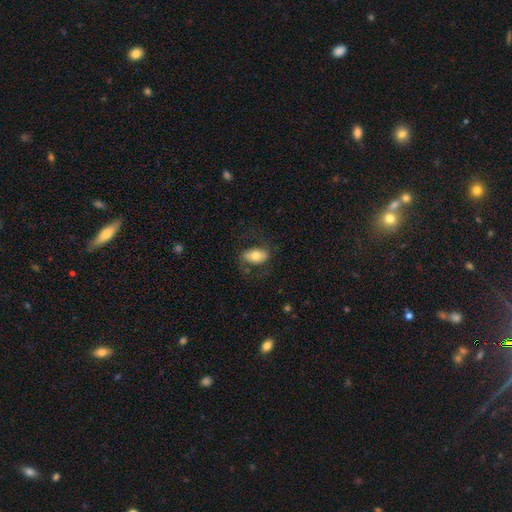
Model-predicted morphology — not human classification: Smooth or featured? smooth (65%)
How rounded? in between (91%)
Merging? none (70%)